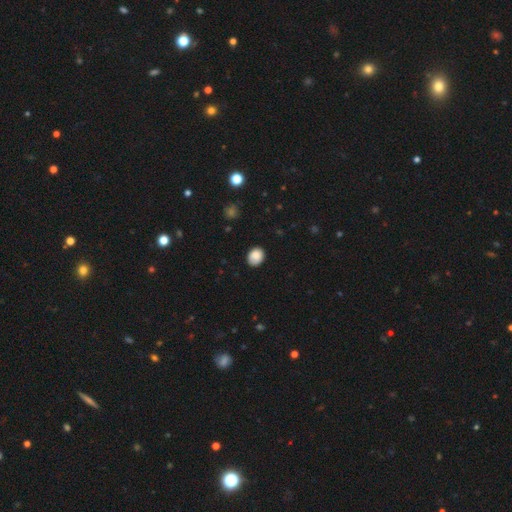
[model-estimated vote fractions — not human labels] Smooth or featured?
  - smooth: 87% *
  - star or artifact: 8%
  - featured or disk: 5%
How rounded?
  - in between: 52% *
  - round: 48%
  - cigar-shaped: 1%
Merging?
  - none: 82% *
  - minor disturbance: 14%
  - major disturbance: 3%
  - merger: 1%